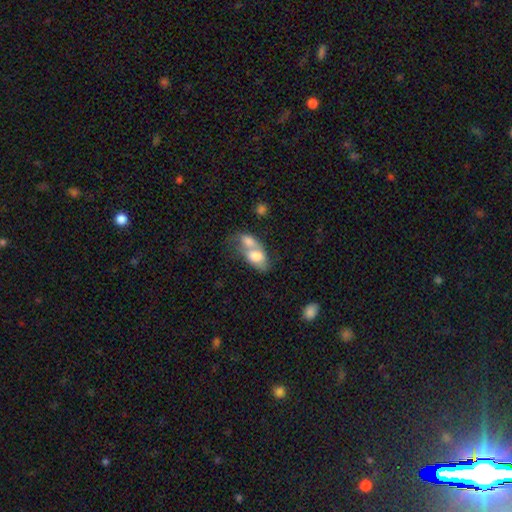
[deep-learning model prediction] A smooth galaxy with no disk features (69%) that is in between round and cigar-shaped (86%). Merging: merger (75%).